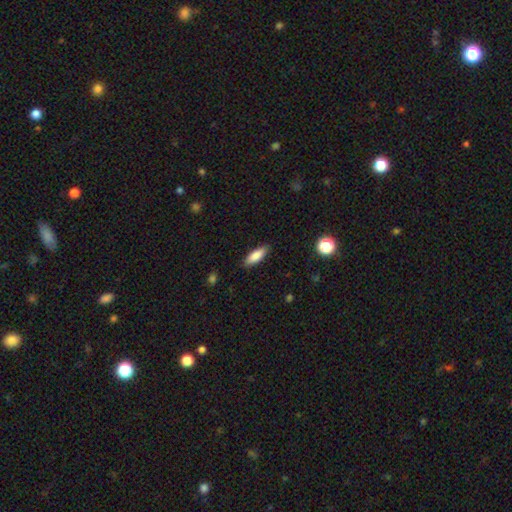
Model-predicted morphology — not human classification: Overall: smooth (83%). How rounded: in between (60%; cigar-shaped 38%). Merging: none (87%).